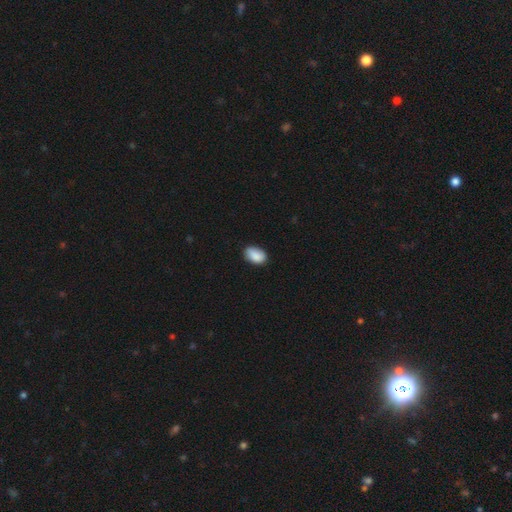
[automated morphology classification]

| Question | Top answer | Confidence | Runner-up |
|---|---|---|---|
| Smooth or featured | smooth | 88% | star or artifact (7%) |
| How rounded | in between | 90% | round (9%) |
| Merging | none | 79% | minor disturbance (17%) |